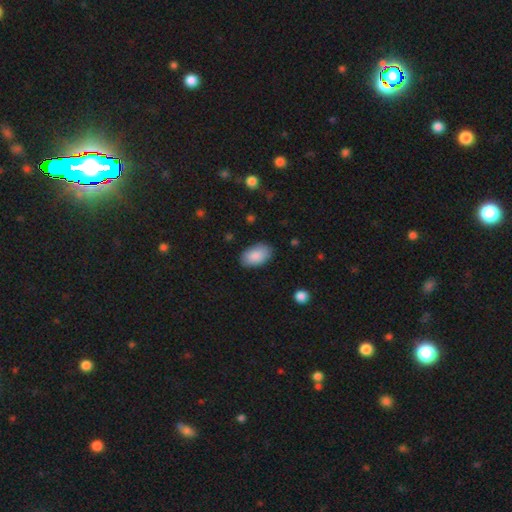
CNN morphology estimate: A smooth galaxy with no disk features (88%) that is in between round and cigar-shaped (94%).

Vote fractions:
- Smooth or featured? smooth: 88% / featured or disk: 6% / star or artifact: 6%
- How rounded? in between: 94% / round: 5% / cigar-shaped: 1%
- Merging? none: 85% / minor disturbance: 12% / major disturbance: 3% / merger: 1%